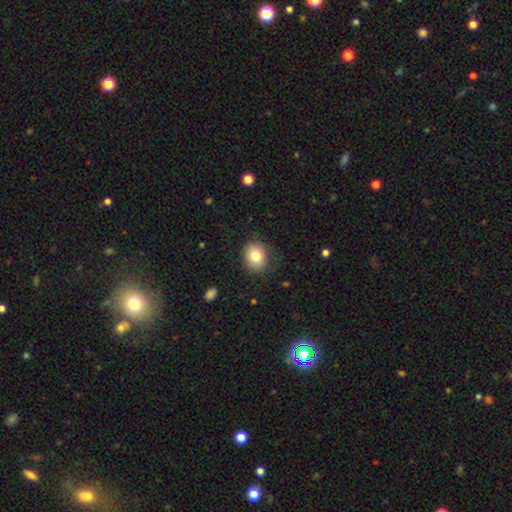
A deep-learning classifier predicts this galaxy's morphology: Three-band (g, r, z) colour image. It shows a smooth galaxy with no disk features (81%) that is round (60%). Merging: none (84%).